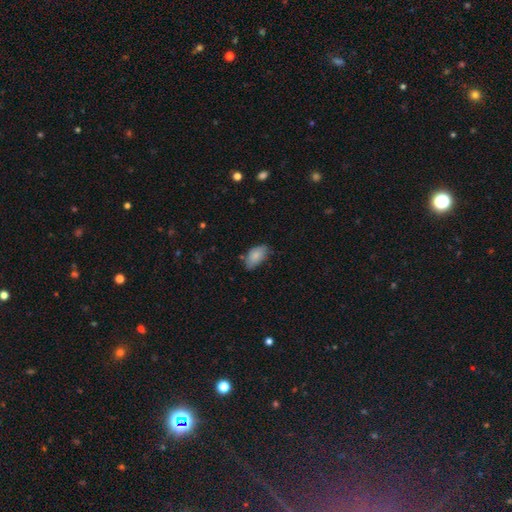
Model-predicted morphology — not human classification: This appears to be a smooth galaxy with no disk features (83%) that is in between round and cigar-shaped (93%). Merging: none (62%).